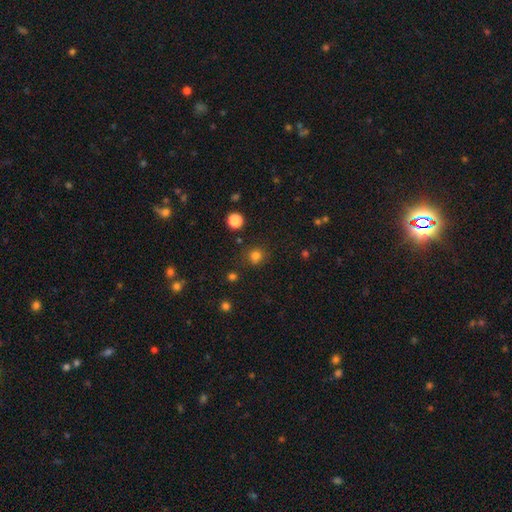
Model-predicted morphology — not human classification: smooth-or-featured: smooth: 78% | star or artifact: 17% | featured or disk: 5%
  how-rounded: round: 86% | in between: 13% | cigar-shaped: 1%
  merging: none: 78% | minor disturbance: 12% | merger: 6% | major disturbance: 4%